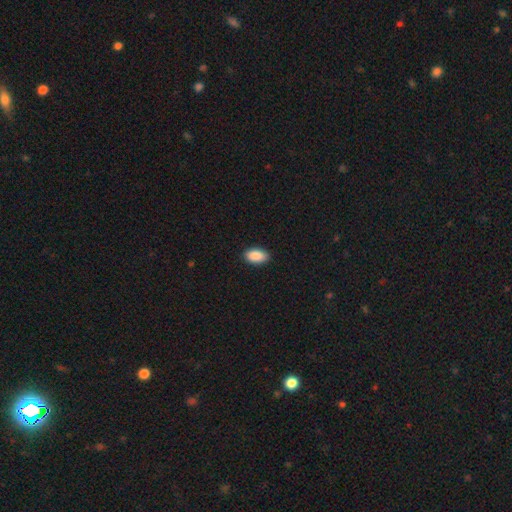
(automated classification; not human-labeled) A smooth galaxy with no disk features (90%) that is in between round and cigar-shaped (93%).

Vote fractions:
- Smooth or featured? smooth: 90% / star or artifact: 7% / featured or disk: 3%
- How rounded? in between: 93% / round: 4% / cigar-shaped: 3%
- Merging? none: 89% / minor disturbance: 9% / major disturbance: 2% / merger: 1%